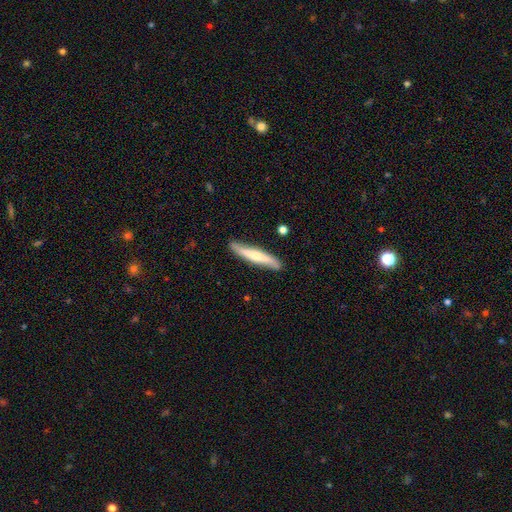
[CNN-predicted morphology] This is possibly a smooth galaxy (48%). Merging: clearly none (83%).